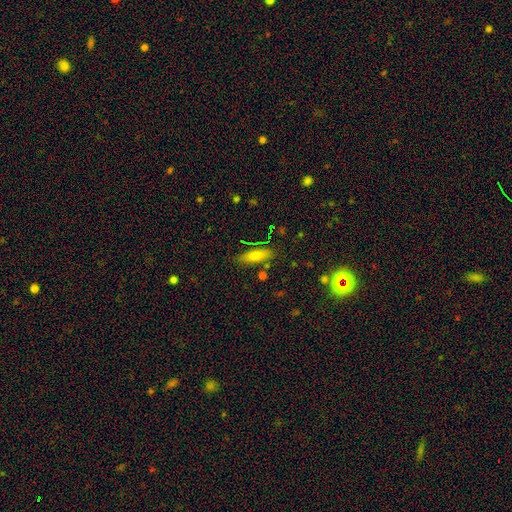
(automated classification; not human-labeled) smooth 70%, featured or disk 21%, star or artifact 9%. Down the decision tree: how rounded — in between (59%); merging — none (81%).